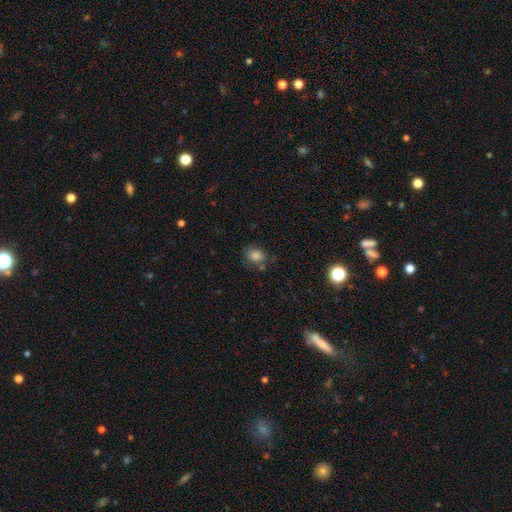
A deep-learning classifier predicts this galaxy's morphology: type=smooth (82%); roundness=round (54%); merging=none (68%).